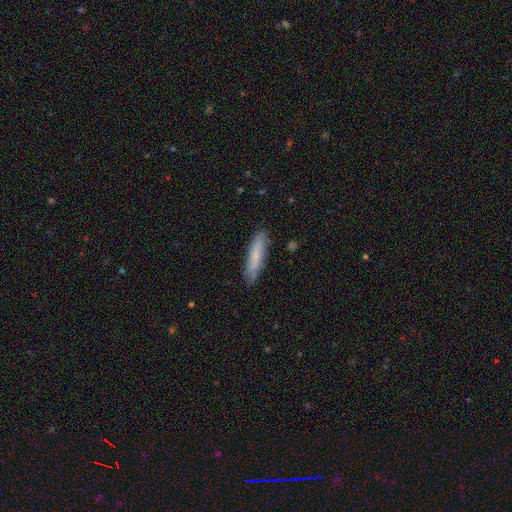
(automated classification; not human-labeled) This appears to be a smooth galaxy with no disk features (72%) that is cigar-shaped (83%). Merging: none (85%).